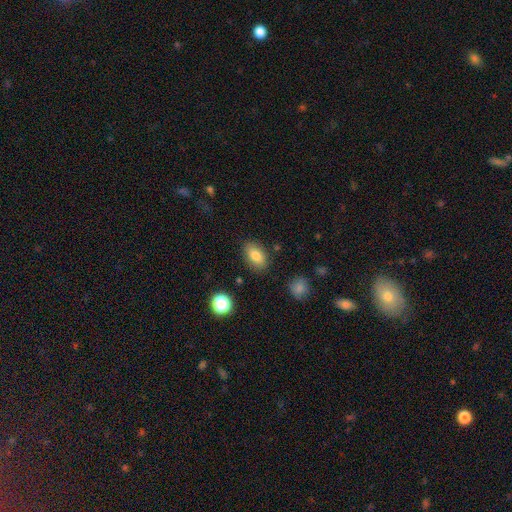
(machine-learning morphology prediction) A smooth galaxy with no disk features (80%) that is in between round and cigar-shaped (87%).

Vote fractions:
- Smooth or featured? smooth: 80% / featured or disk: 11% / star or artifact: 9%
- How rounded? in between: 87% / round: 11% / cigar-shaped: 2%
- Merging? none: 84% / minor disturbance: 11% / major disturbance: 3% / merger: 2%